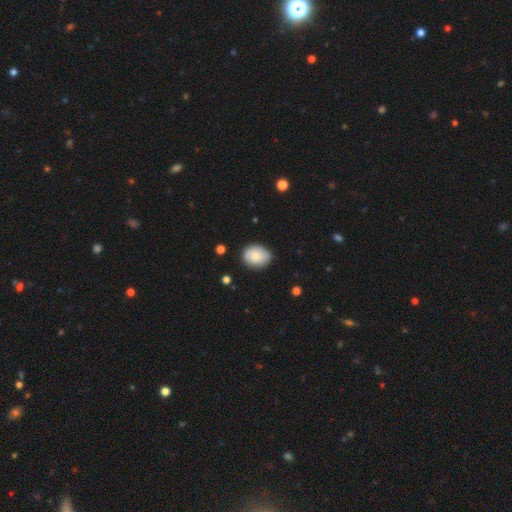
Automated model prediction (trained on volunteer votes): Morphology: type=smooth (77%); roundness=in between (58%); merging=none (80%).